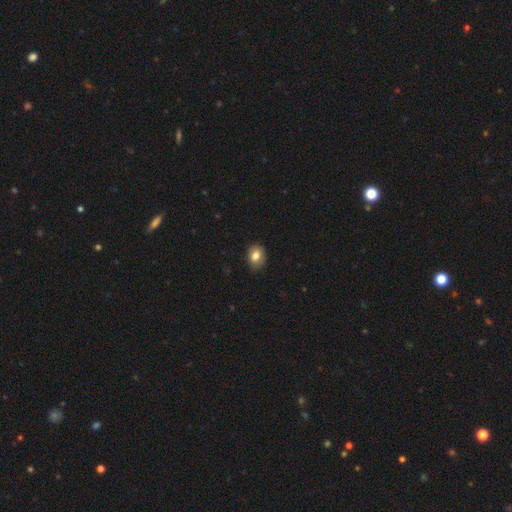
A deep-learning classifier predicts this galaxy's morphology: type=smooth (81%); roundness=in between (62%); merging=none (79%).